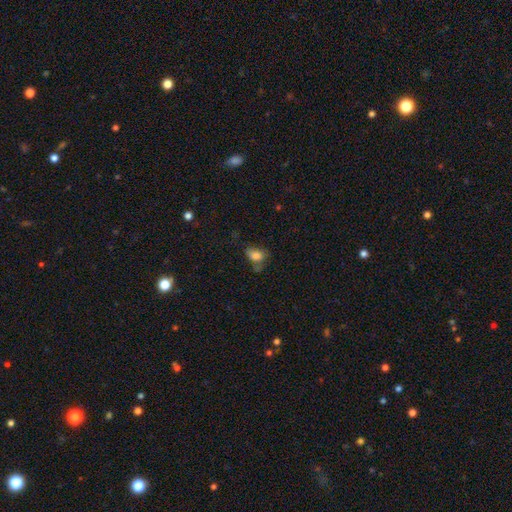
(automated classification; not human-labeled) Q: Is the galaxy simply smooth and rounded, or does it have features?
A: smooth — 79%.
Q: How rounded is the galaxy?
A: in between — 79%.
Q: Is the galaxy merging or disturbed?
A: none — 42%.